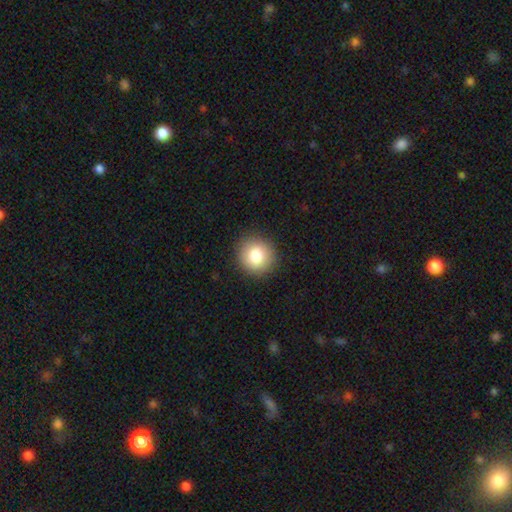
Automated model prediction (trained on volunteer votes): Smooth or featured: smooth — 82% (star or artifact — 9%)
How rounded: round — 90% (in between — 9%)
Merging: none — 91% (minor disturbance — 6%)